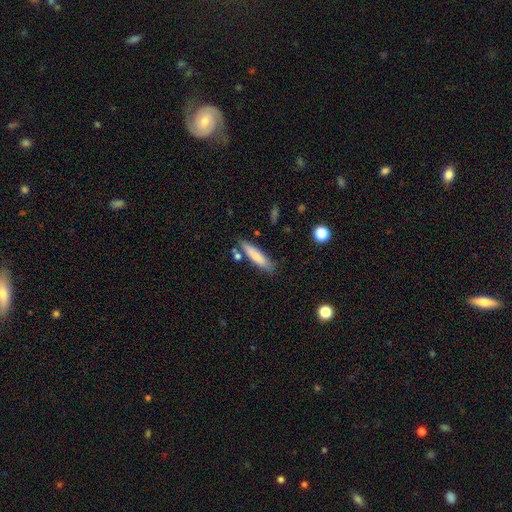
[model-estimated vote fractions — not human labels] Smooth or featured? Predicted: smooth (p=0.76). How rounded? Predicted: cigar-shaped (p=0.76). Merging? Predicted: none (p=0.77).